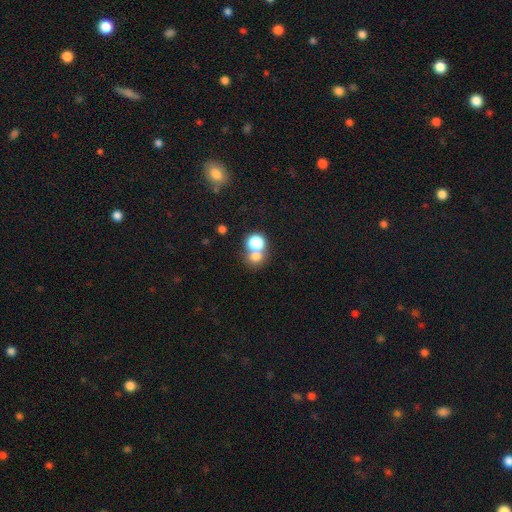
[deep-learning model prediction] Q: Smooth or featured?
A: smooth (70%); runner-up: star or artifact (20%)
Q: How rounded?
A: round (78%); runner-up: in between (21%)
Q: Merging?
A: none (46%); runner-up: merger (43%)